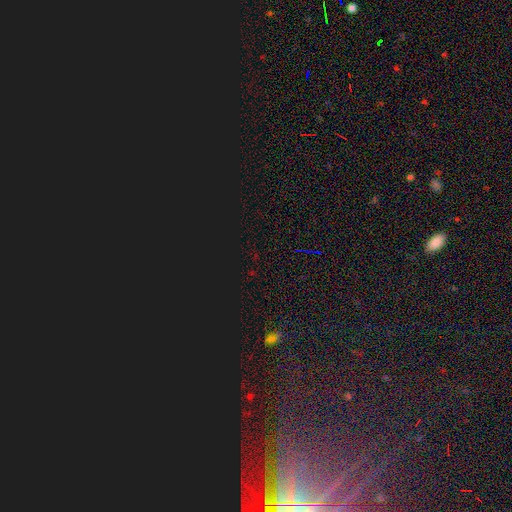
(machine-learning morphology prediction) Smooth or featured? Predicted: star or artifact (p=0.81).